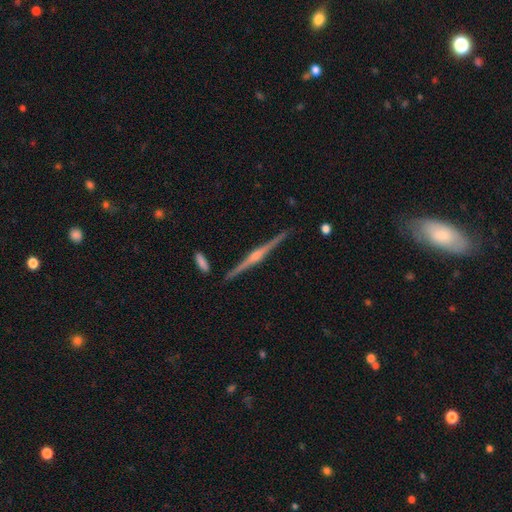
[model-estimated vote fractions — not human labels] Smooth or featured? Predicted: featured or disk (p=0.88). Edge-on disk? Predicted: yes (p=0.99). Edge-on bulge? Predicted: rounded (p=0.89). Merging? Predicted: none (p=0.91).